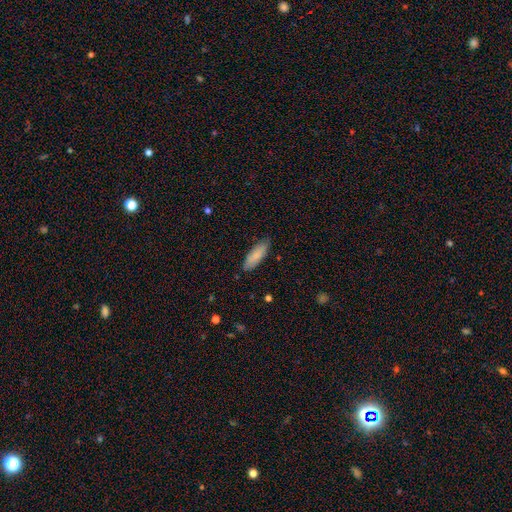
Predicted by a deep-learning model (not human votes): smooth 84%, featured or disk 10%, star or artifact 6%. Down the decision tree: how rounded — in between (56%); merging — none (83%).